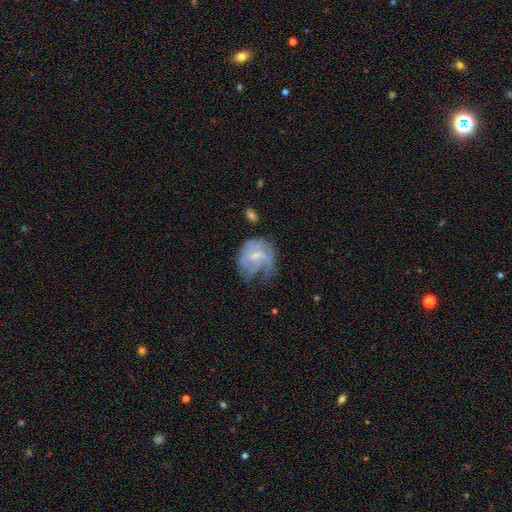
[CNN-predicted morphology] type=featured or disk (62%); edge-on=no (97%); bar=no (46%, tied with weak); spiral arms=yes (69%); bulge=small (55%); merging=major disturbance (37%).